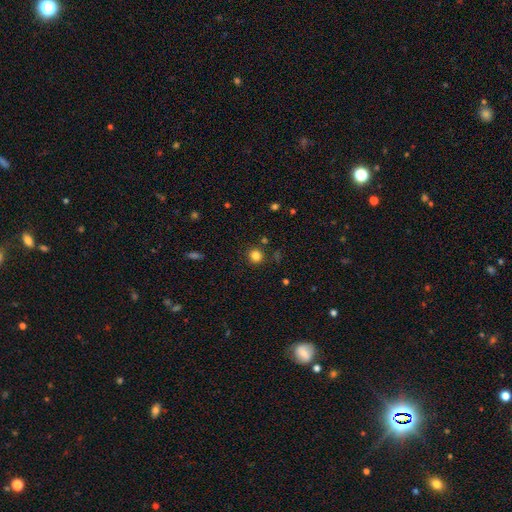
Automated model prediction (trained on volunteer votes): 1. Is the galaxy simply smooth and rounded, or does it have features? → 83% smooth, 13% star or artifact, 5% featured or disk.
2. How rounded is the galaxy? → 91% round, 8% in between, 1% cigar-shaped.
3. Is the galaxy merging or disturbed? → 87% none, 7% minor disturbance, 3% merger, 2% major disturbance.